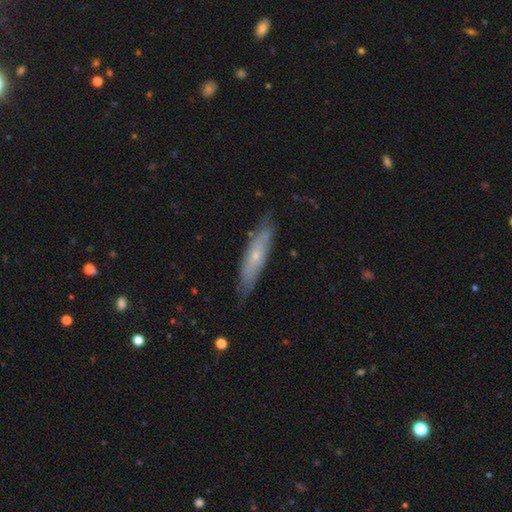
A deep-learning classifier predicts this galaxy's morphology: smooth-or-featured: featured or disk: 52% | smooth: 41% | star or artifact: 7%
  disk-edge-on: yes: 53% | no: 47%
  merging: none: 77% | minor disturbance: 18% | major disturbance: 3% | merger: 1%